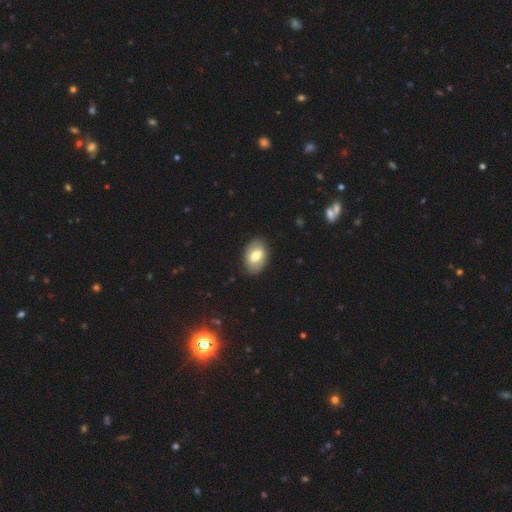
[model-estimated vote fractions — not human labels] Overall: smooth (69%). How rounded: in between (87%). Merging: none (86%).